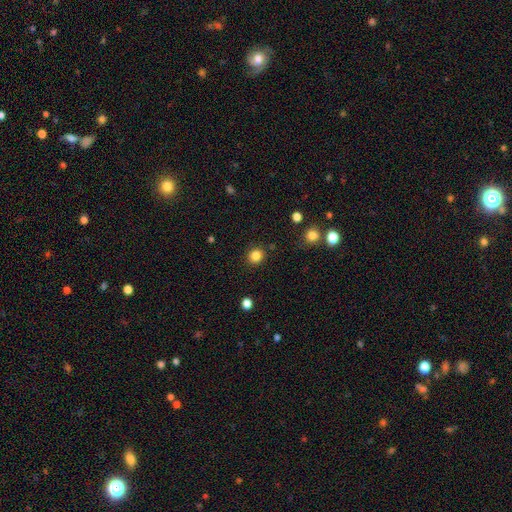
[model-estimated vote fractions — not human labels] smooth 84%, star or artifact 12%, featured or disk 4%. Down the decision tree: how rounded — round (87%); merging — none (89%).